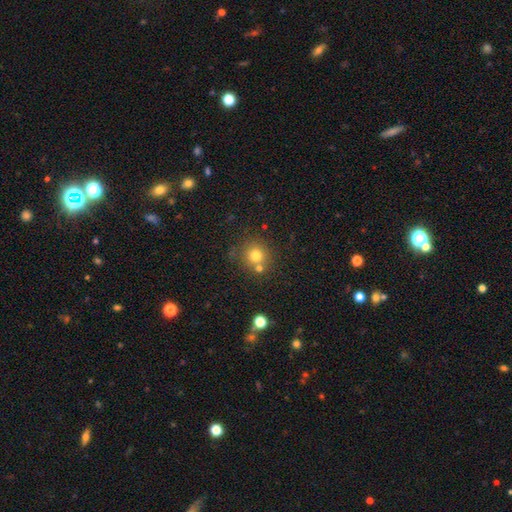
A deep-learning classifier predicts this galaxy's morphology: This appears to be a smooth galaxy with no disk features (74%) that is round (92%). Merging: none (68%).